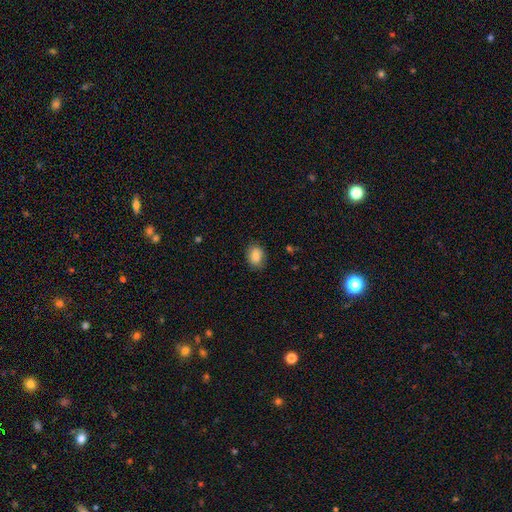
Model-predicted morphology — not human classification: Overall: smooth (86%). How rounded: in between (65%; round 34%). Merging: none (83%).